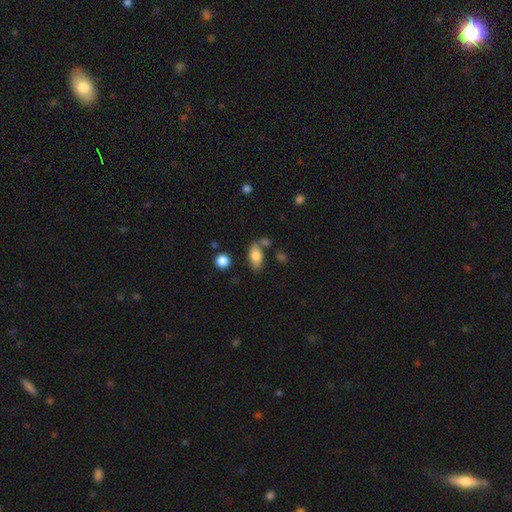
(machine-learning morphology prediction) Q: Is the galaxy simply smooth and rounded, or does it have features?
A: smooth — 79%.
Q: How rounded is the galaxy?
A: in between — 87%.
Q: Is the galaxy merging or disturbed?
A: none — 67%.